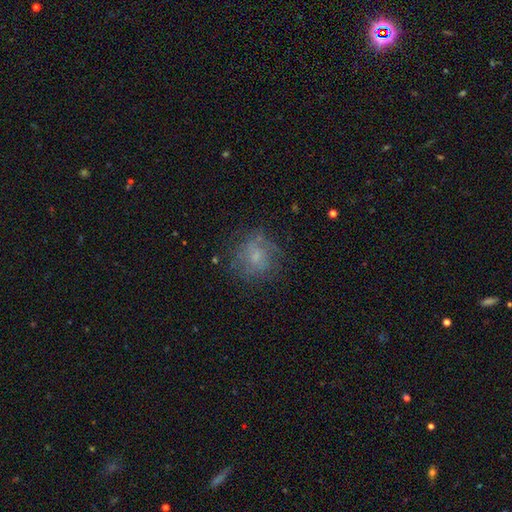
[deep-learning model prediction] smooth_or_featured: smooth (p=0.49) [alt: featured or disk p=0.37]
merging: none (p=0.65) [alt: minor disturbance p=0.19]